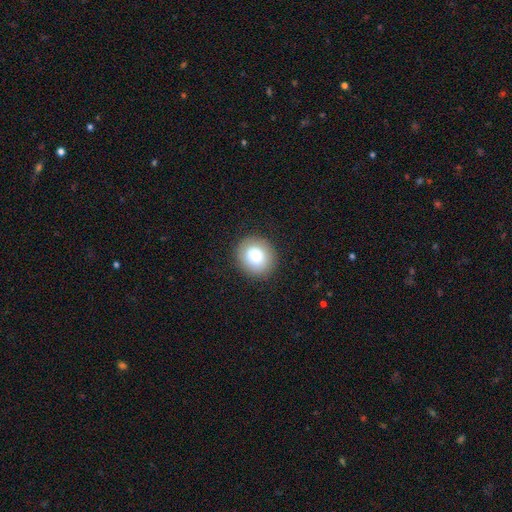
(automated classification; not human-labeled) smooth_or_featured: smooth (p=0.75) [alt: featured or disk p=0.16]
how_rounded: round (p=0.84) [alt: in between p=0.15]
merging: none (p=0.88) [alt: minor disturbance p=0.08]